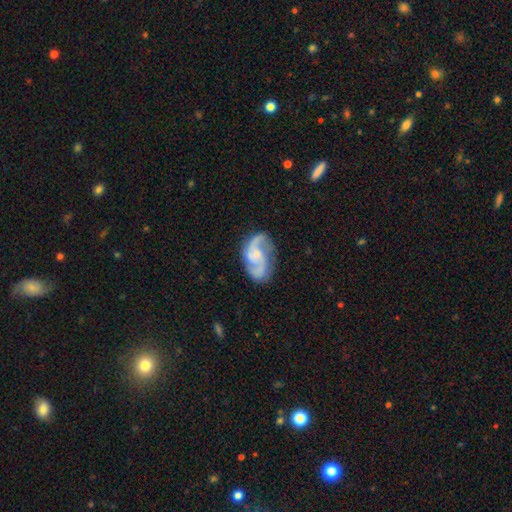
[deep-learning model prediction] This appears to be a featured or disk galaxy (86%) with no bar (58%), 2 (86%) medium (51%) spiral arms (97%) and a small central bulge (60%). Merging: none (71%).